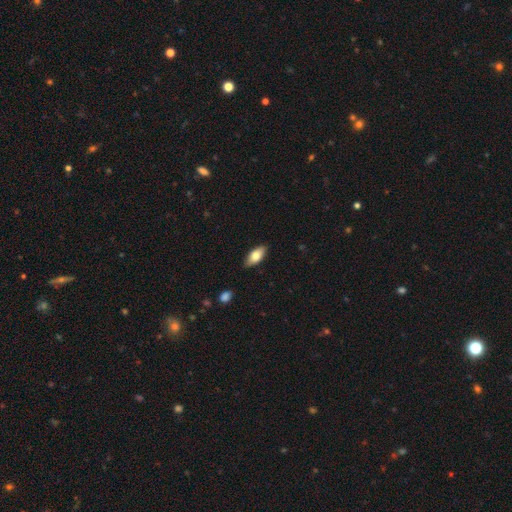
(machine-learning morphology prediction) type=smooth (77%); roundness=in between (87%); merging=none (86%).